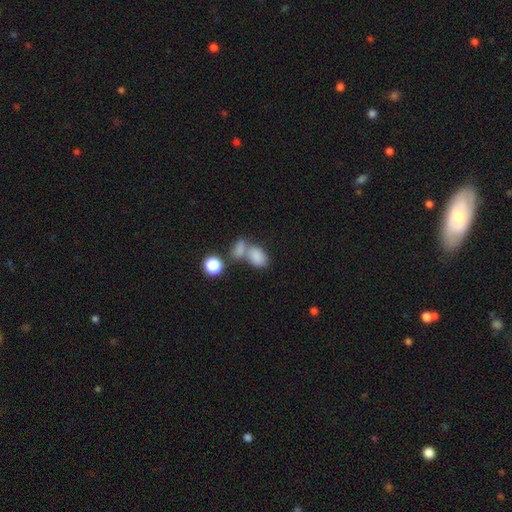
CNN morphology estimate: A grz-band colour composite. It shows a smooth galaxy with no disk features (81%) that is in between round and cigar-shaped (87%). Merging: merger (55%).